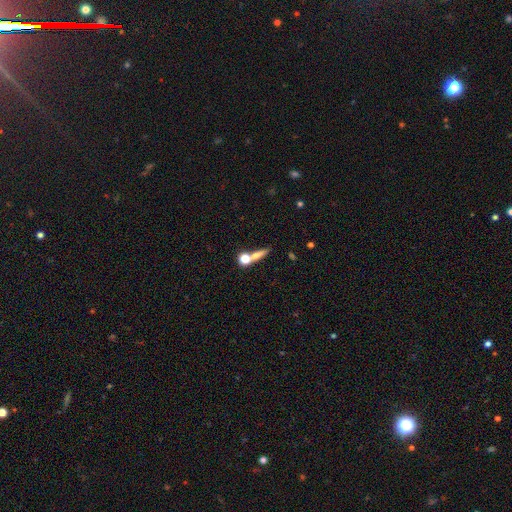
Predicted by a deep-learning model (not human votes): Morphology: type=smooth (62%); roundness=cigar-shaped (48%); merging=none (52%).